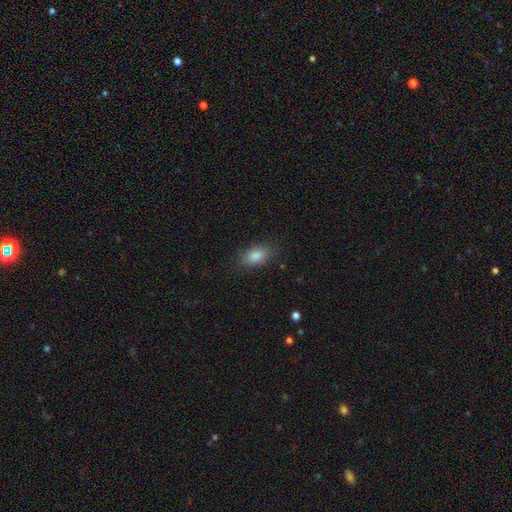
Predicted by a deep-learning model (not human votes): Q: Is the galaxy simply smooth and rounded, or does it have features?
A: smooth — 84%.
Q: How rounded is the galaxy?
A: in between — 88%.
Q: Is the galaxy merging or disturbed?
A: none — 86%.